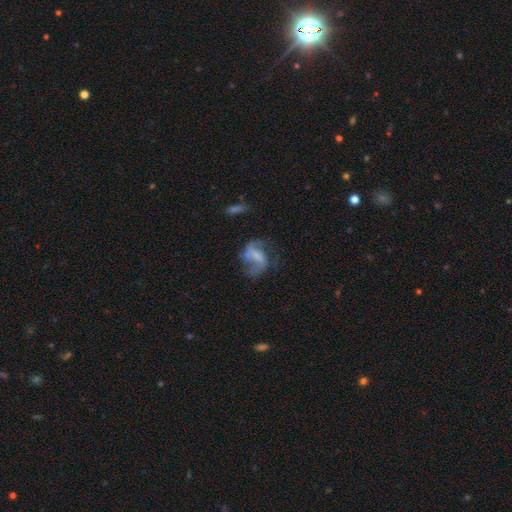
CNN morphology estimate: This is likely a featured or disk galaxy (65%). It is clearly not viewed edge-on (97%). Bar: marginally weak (42%). Spiral arm pattern: likely yes (77%). Central bulge: marginally none (45%). Merging: marginally none (40%).